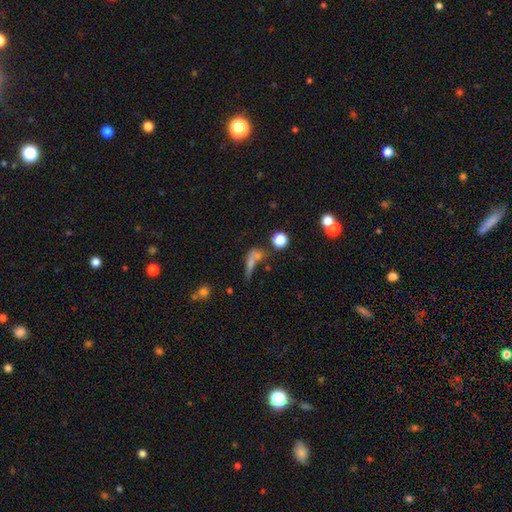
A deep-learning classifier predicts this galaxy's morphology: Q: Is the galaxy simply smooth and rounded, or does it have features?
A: smooth — 58%.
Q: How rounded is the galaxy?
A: cigar-shaped — 45%.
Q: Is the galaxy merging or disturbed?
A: none — 36%.